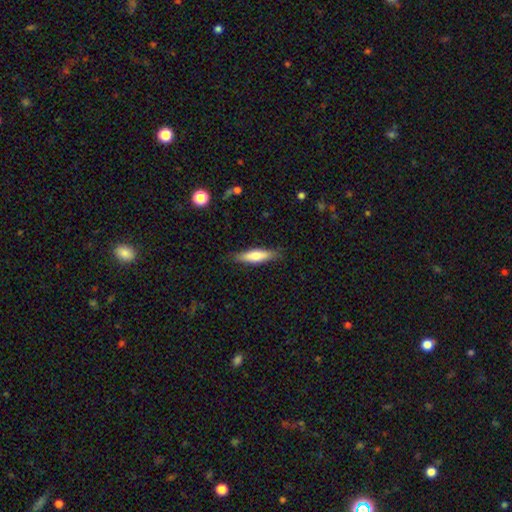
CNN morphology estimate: Smooth or featured?
  - smooth: 68% *
  - featured or disk: 26%
  - star or artifact: 6%
How rounded?
  - cigar-shaped: 68% *
  - in between: 30%
  - round: 2%
Merging?
  - none: 84% *
  - minor disturbance: 12%
  - major disturbance: 3%
  - merger: 1%